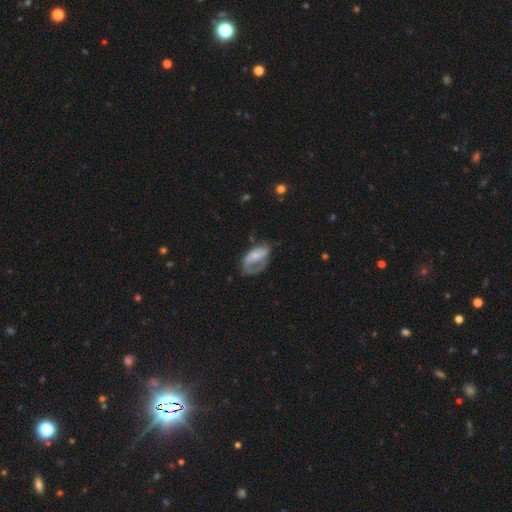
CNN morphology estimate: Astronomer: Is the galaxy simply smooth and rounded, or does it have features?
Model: featured or disk — 56% (runner-up: smooth, 37%).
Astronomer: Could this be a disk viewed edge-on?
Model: no — 95%.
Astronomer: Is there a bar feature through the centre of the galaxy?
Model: no — 54% (runner-up: weak, 33%).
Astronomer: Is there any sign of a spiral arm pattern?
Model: yes — 72%.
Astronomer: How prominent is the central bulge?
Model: small — 52%.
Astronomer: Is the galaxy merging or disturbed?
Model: major disturbance — 39% (runner-up: none, 33%).